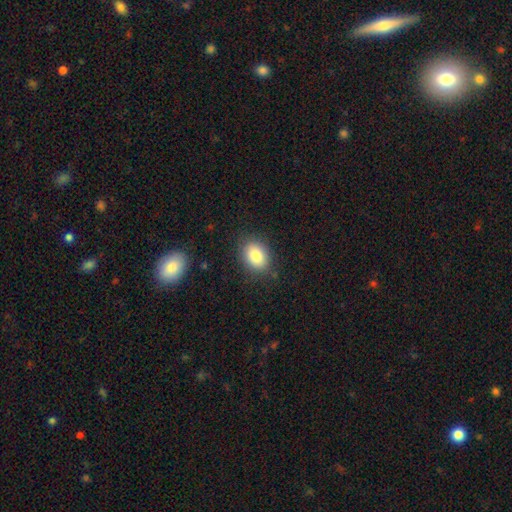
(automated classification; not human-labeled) Overall: smooth (82%). How rounded: in between (66%; round 32%). Merging: none (83%).